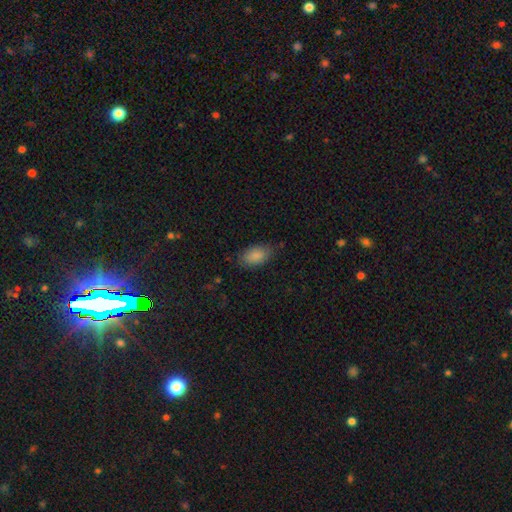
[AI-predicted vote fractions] A smooth galaxy with no disk features (87%) that is in between round and cigar-shaped (93%). Merging: none (77%).